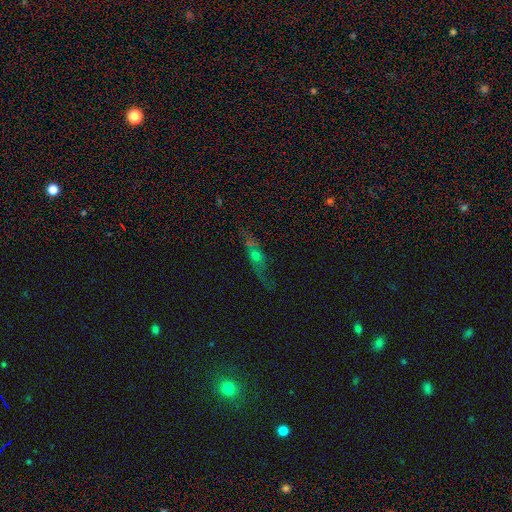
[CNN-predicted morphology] type=featured or disk (45%); merging=none (59%).